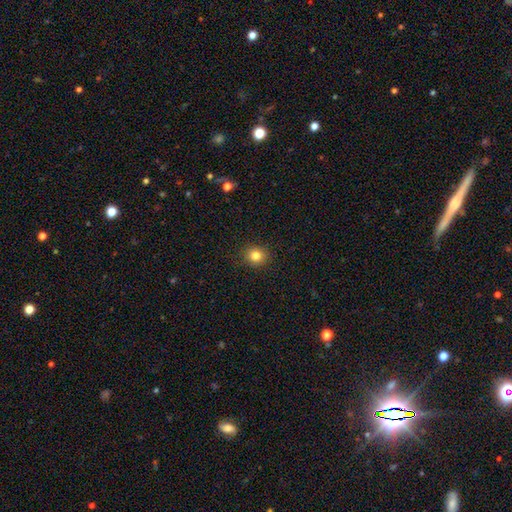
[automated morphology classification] A smooth galaxy with no disk features (82%) that is round (86%). Merging: none (91%).